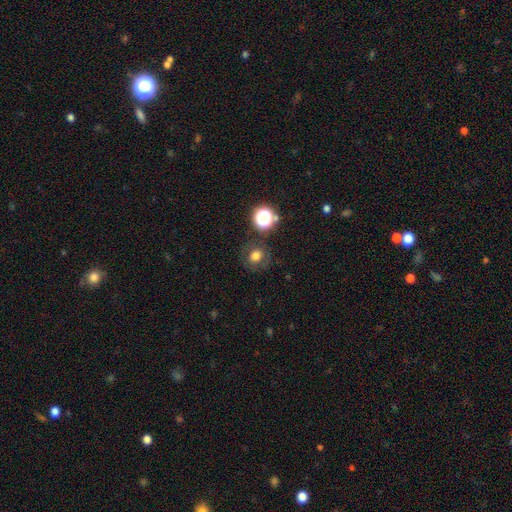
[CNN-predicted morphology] The model was most divided on "smooth or featured": smooth: 68%, star or artifact: 18%, featured or disk: 14%. More confident: how rounded — round (82%); merging — none (80%).